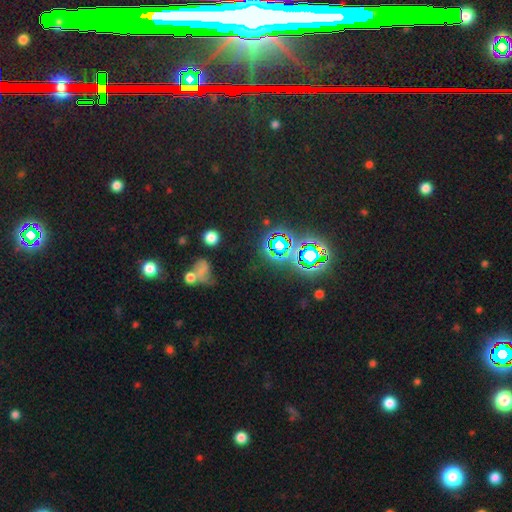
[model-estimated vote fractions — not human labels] Q: Smooth or featured?
A: star or artifact (75%); runner-up: smooth (16%)